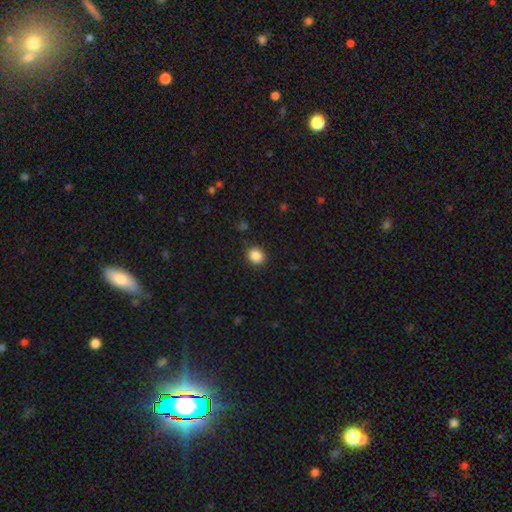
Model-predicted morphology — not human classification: Smooth or featured? Predicted: smooth (p=0.87). How rounded? Predicted: round (p=0.62). Merging? Predicted: none (p=0.89).